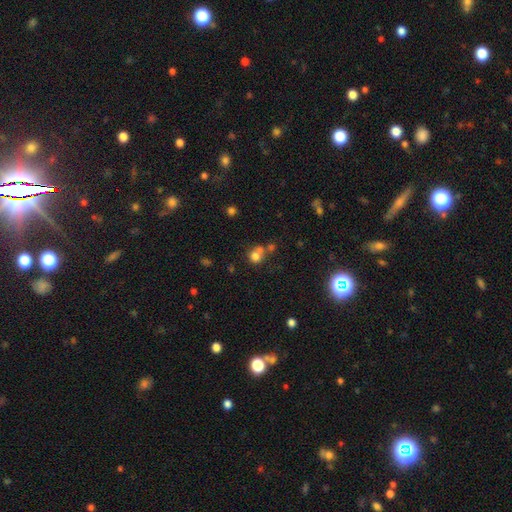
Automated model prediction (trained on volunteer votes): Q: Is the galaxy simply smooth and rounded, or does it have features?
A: smooth — 74%.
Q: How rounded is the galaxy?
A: round — 80%.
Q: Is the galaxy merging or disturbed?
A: merger — 44%.